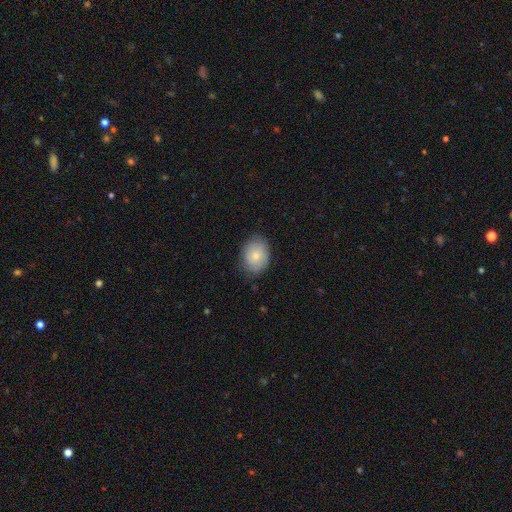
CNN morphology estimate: A smooth galaxy with no disk features (77%) that is in between round and cigar-shaped (62%).

Vote fractions:
- Smooth or featured? smooth: 77% / featured or disk: 15% / star or artifact: 7%
- How rounded? in between: 62% / round: 37% / cigar-shaped: 1%
- Merging? none: 81% / minor disturbance: 15% / major disturbance: 3% / merger: 1%